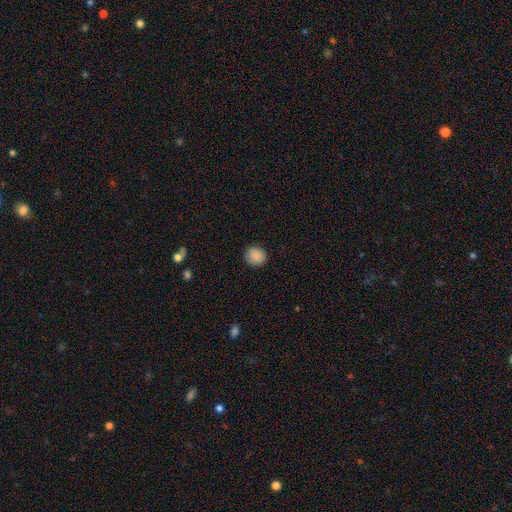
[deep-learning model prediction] Smooth or featured: smooth — 88% (star or artifact — 8%)
How rounded: round — 84% (in between — 15%)
Merging: none — 88% (minor disturbance — 8%)